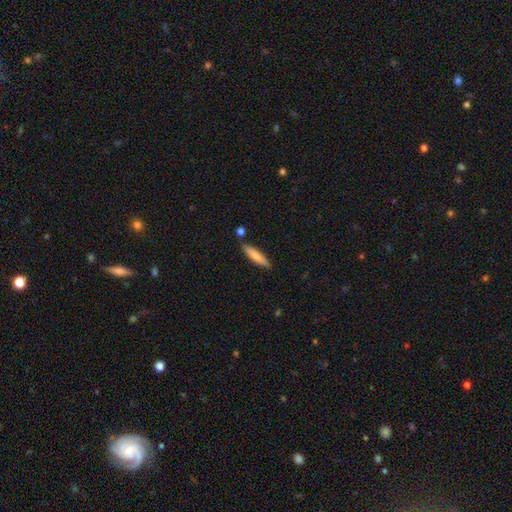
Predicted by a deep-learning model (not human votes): The model was most divided on "smooth or featured": smooth: 75%, featured or disk: 20%, star or artifact: 6%. More confident: how rounded — cigar-shaped (85%); merging — none (83%).